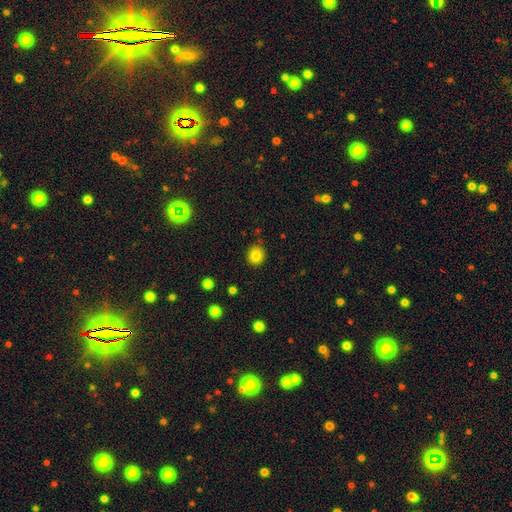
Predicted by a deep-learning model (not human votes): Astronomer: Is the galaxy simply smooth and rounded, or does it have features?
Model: smooth — 83%.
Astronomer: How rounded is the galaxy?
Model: round — 88%.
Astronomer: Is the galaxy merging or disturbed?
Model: none — 86%.